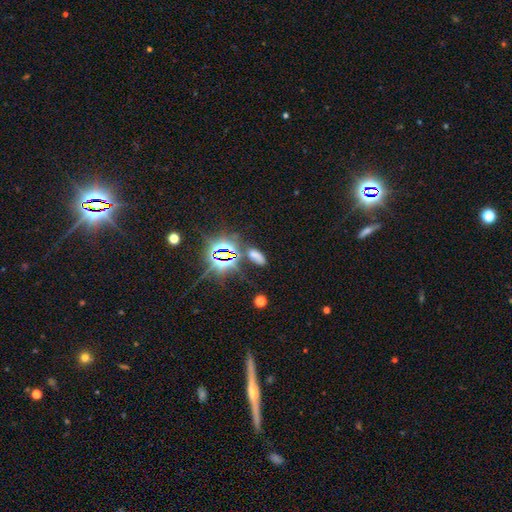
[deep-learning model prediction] A smooth galaxy with no disk features (47%). Merging: none (64%).